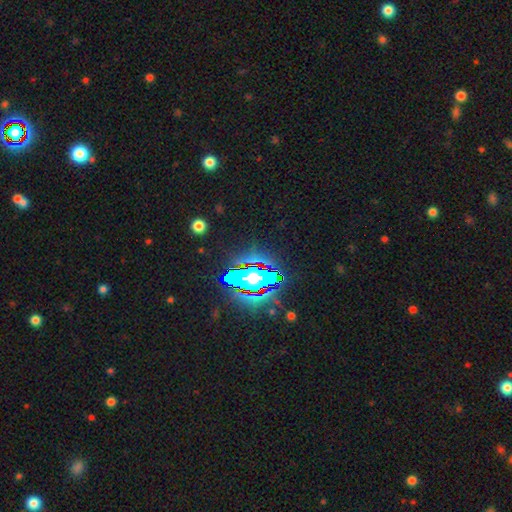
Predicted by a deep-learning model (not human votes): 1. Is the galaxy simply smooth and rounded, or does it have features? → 84% star or artifact, 9% smooth, 7% featured or disk.